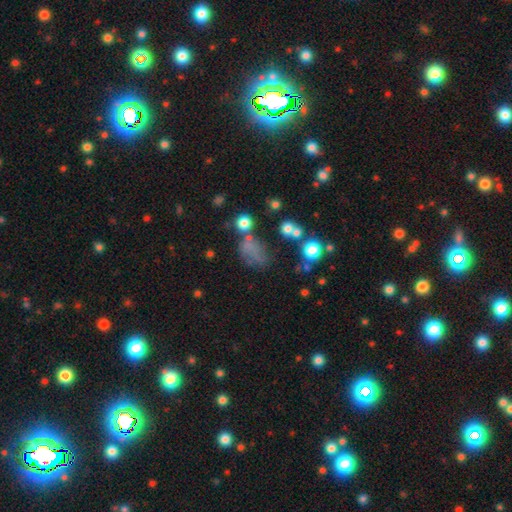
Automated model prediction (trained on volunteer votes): This is marginally a smooth galaxy (44%). Merging: possibly none (46%).